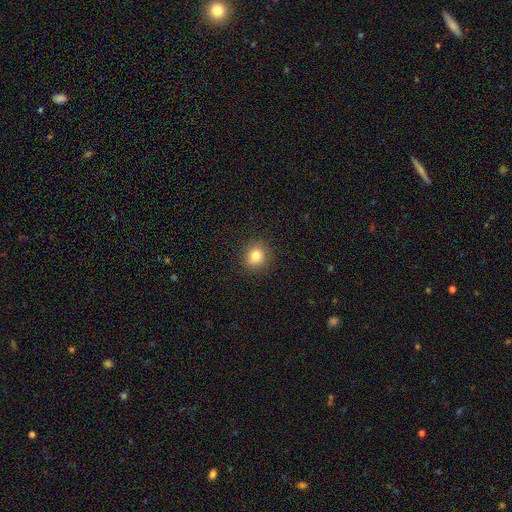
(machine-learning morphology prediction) type=smooth (82%); roundness=round (84%); merging=none (90%).